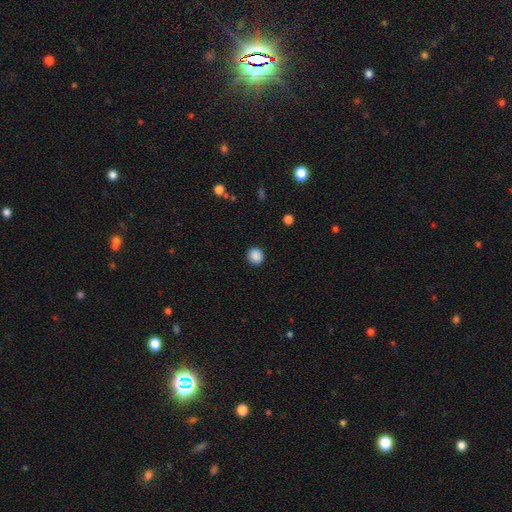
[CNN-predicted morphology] Smooth or featured? Predicted: smooth (p=0.88). How rounded? Predicted: round (p=0.84). Merging? Predicted: none (p=0.92).